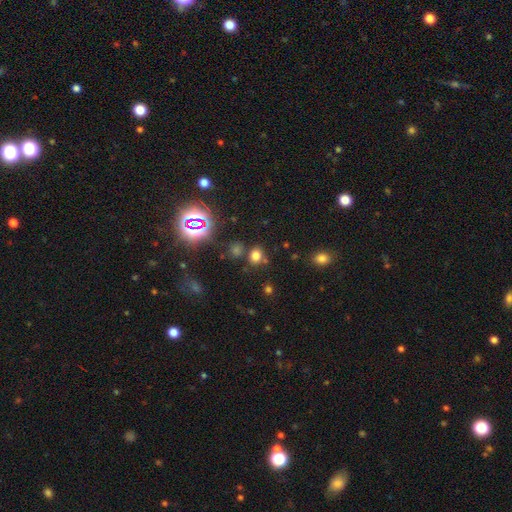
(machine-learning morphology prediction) Smooth or featured? smooth (69%)
How rounded? round (62%)
Merging? none (74%)